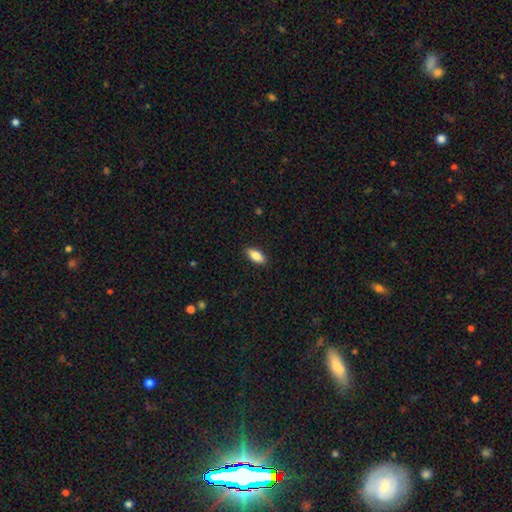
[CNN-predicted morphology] The model was most divided on "how rounded": in between: 81%, cigar-shaped: 16%, round: 2%. More confident: merging — none (88%); smooth or featured — smooth (83%).